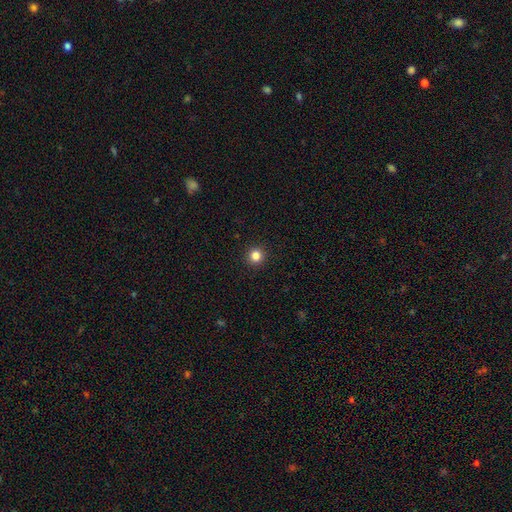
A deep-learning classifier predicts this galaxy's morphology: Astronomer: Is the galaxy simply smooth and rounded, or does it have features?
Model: smooth — 83%.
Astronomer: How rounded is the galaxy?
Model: round — 94%.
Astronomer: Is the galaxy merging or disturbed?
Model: none — 93%.